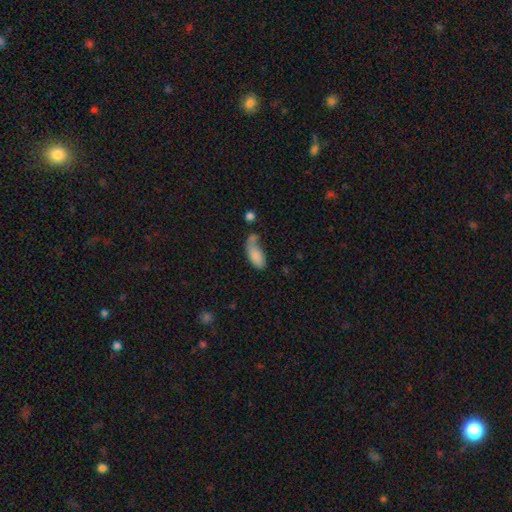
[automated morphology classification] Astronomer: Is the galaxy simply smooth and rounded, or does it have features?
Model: smooth — 80%.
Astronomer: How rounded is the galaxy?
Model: in between — 85%.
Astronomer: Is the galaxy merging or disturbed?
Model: none — 34% (runner-up: merger, 24%).